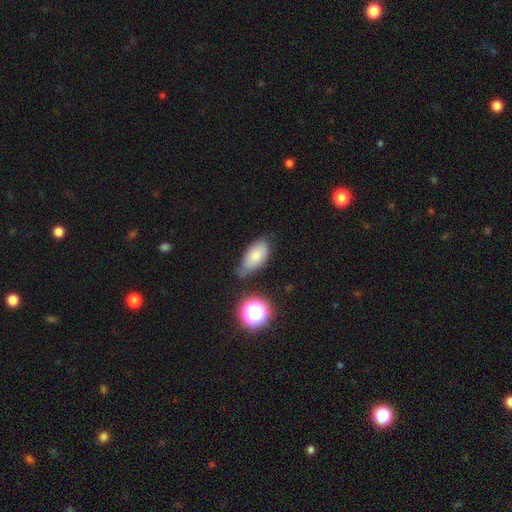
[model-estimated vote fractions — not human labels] smooth 78%, featured or disk 13%, star or artifact 10%. Down the decision tree: how rounded — in between (89%); merging — none (42%).